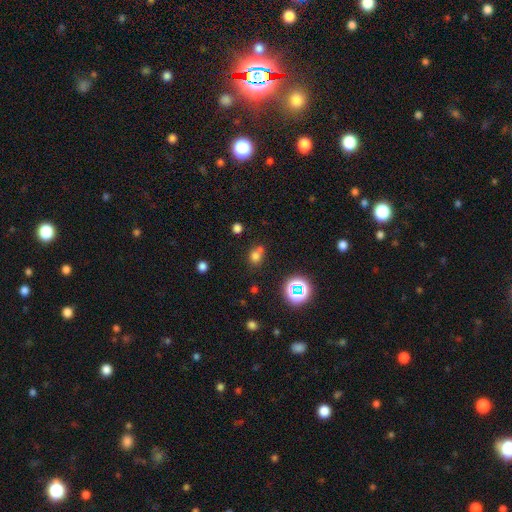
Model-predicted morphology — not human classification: This appears to be a smooth galaxy with no disk features (69%) that is round (68%). Merging: none (49%).